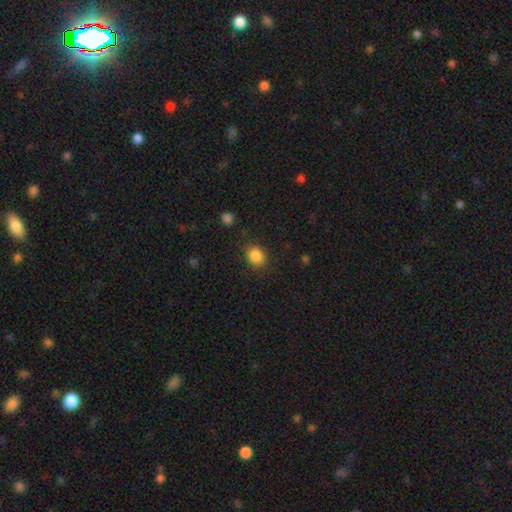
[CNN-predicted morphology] Smooth or featured? Predicted: smooth (p=0.86). How rounded? Predicted: round (p=0.59). Merging? Predicted: none (p=0.84).